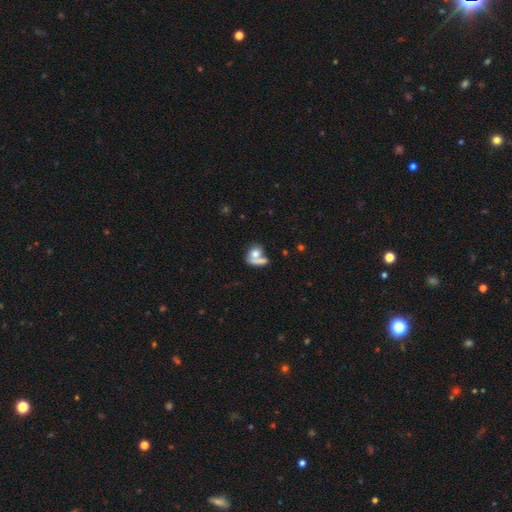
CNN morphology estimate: This appears to be a smooth galaxy with no disk features (69%) that is in between round and cigar-shaped (52%). Merging: merger (52%).